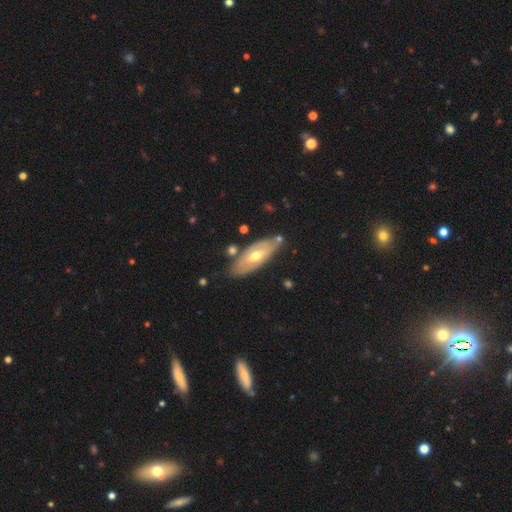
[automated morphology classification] The model was most divided on "smooth or featured": featured or disk: 58%, smooth: 37%, star or artifact: 5%. More confident: merging — none (76%); edge-on disk — no (74%).